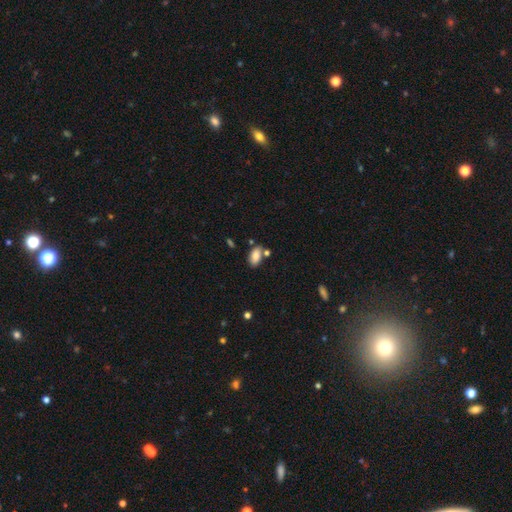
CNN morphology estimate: Overall: smooth (83%). How rounded: in between (92%). Merging: none (67%).